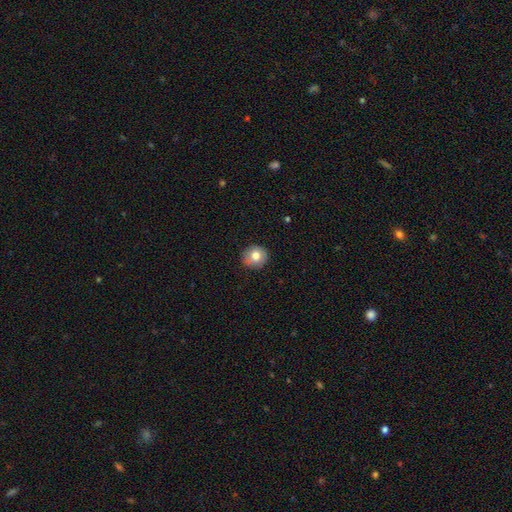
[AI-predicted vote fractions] A smooth galaxy with no disk features (79%) that is round (83%).

Vote fractions:
- Smooth or featured? smooth: 79% / featured or disk: 12% / star or artifact: 9%
- How rounded? round: 83% / in between: 16% / cigar-shaped: 1%
- Merging? none: 85% / minor disturbance: 12% / major disturbance: 2% / merger: 1%